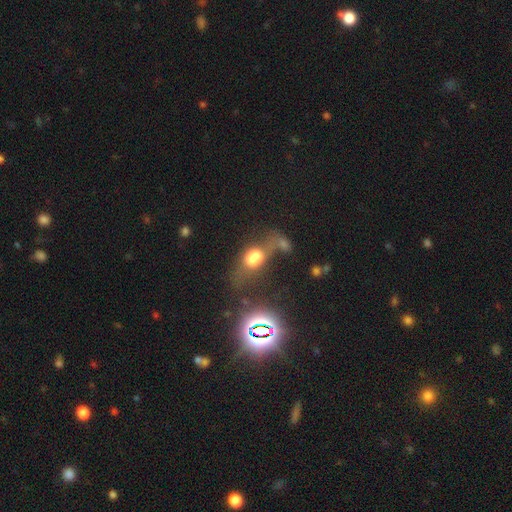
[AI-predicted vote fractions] smooth 57%, featured or disk 25%, star or artifact 18%. Down the decision tree: how rounded — in between (68%); merging — merger (45%).